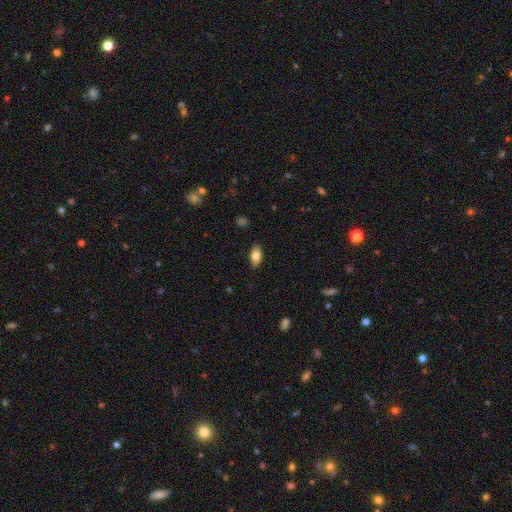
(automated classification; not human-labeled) Smooth or featured? smooth (76%)
How rounded? in between (88%)
Merging? none (86%)